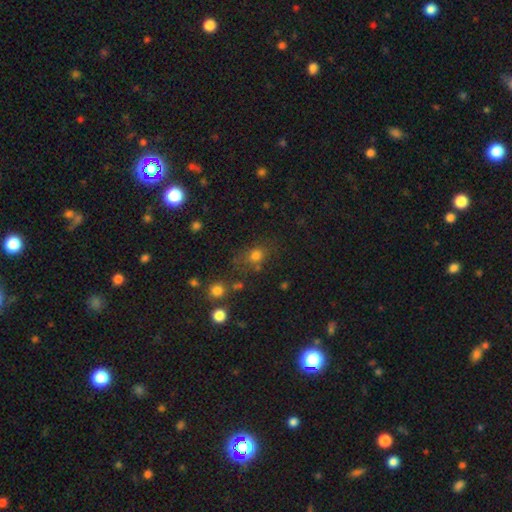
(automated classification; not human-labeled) smooth-or-featured: smooth: 74% | star or artifact: 18% | featured or disk: 9%
  how-rounded: round: 56% | in between: 42% | cigar-shaped: 2%
  merging: none: 64% | minor disturbance: 17% | merger: 10% | major disturbance: 9%